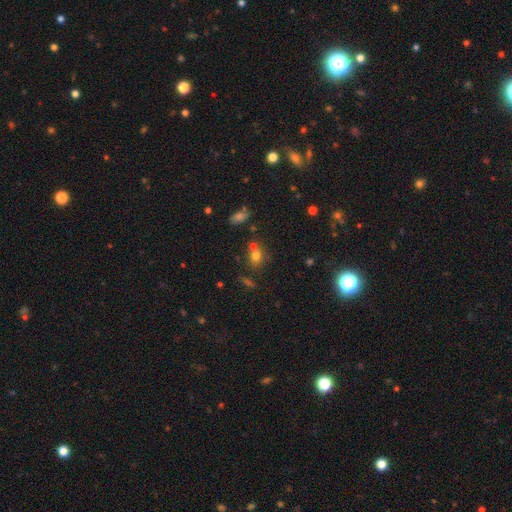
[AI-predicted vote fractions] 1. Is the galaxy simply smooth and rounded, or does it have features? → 71% smooth, 17% star or artifact, 12% featured or disk.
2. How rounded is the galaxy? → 61% round, 37% in between, 2% cigar-shaped.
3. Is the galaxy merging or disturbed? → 56% none, 26% merger, 13% minor disturbance, 5% major disturbance.